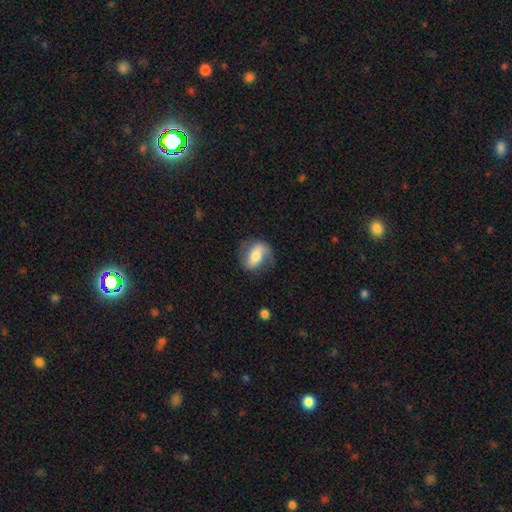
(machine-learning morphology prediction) Smooth or featured?
  - featured or disk: 52% *
  - smooth: 41%
  - star or artifact: 7%
Edge-on disk?
  - no: 93% *
  - yes: 7%
Merging?
  - none: 71% *
  - minor disturbance: 19%
  - major disturbance: 9%
  - merger: 1%